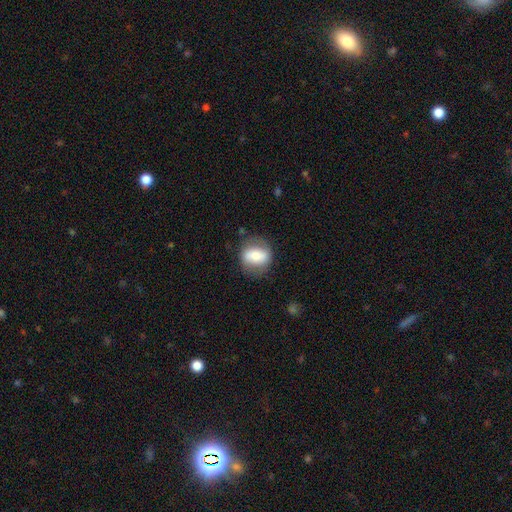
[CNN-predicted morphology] Smooth or featured? Predicted: smooth (p=0.60). How rounded? Predicted: round (p=0.51). Merging? Predicted: none (p=0.76).